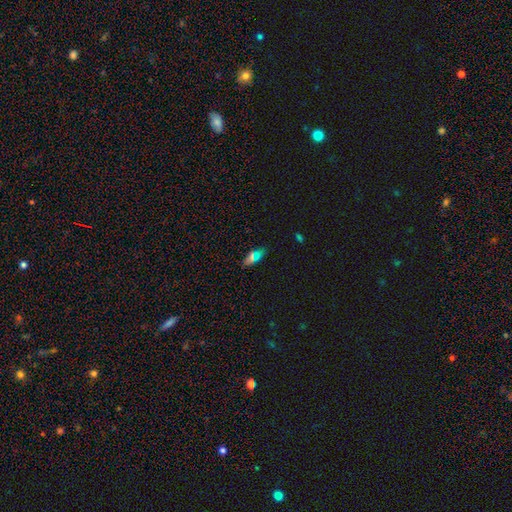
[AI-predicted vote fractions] smooth-or-featured: smooth: 64% | star or artifact: 22% | featured or disk: 14%
  how-rounded: in between: 76% | cigar-shaped: 19% | round: 6%
  merging: none: 84% | minor disturbance: 11% | major disturbance: 3% | merger: 3%